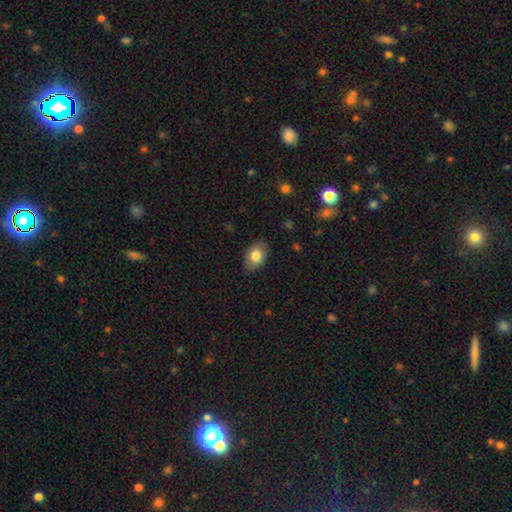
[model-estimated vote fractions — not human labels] This appears to be a smooth galaxy with no disk features (80%) that is in between round and cigar-shaped (87%). Merging: none (84%).